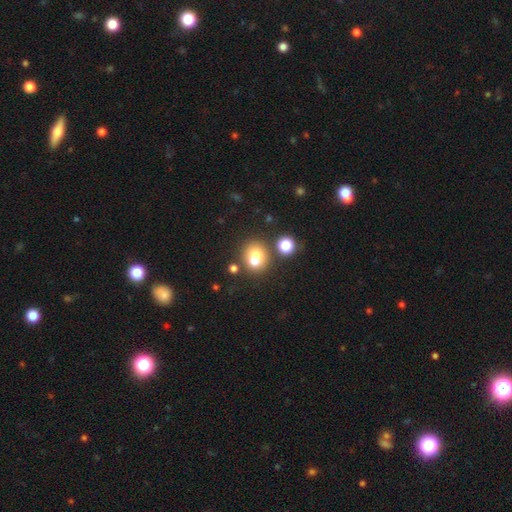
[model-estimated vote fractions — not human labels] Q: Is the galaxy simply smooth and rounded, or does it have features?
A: smooth — 70%.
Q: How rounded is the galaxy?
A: round — 71%.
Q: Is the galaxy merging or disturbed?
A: none — 48%.